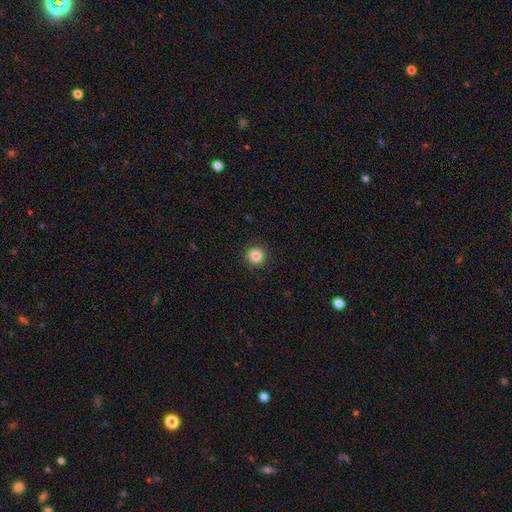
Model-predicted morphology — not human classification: This is clearly a smooth galaxy (85%). How rounded: clearly round (94%). Merging: clearly none (92%).